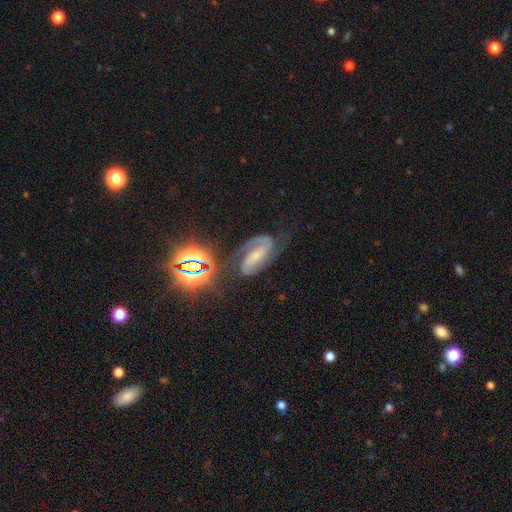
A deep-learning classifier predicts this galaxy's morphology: This is likely a featured or disk galaxy (78%). It is clearly not viewed edge-on (96%). Bar: marginally strong (37%). Spiral arm pattern: clearly yes (96%). Spiral arm count: clearly 2 (87%). Spiral winding: possibly medium (52%). Central bulge: possibly small (57%). Merging: possibly none (60%).